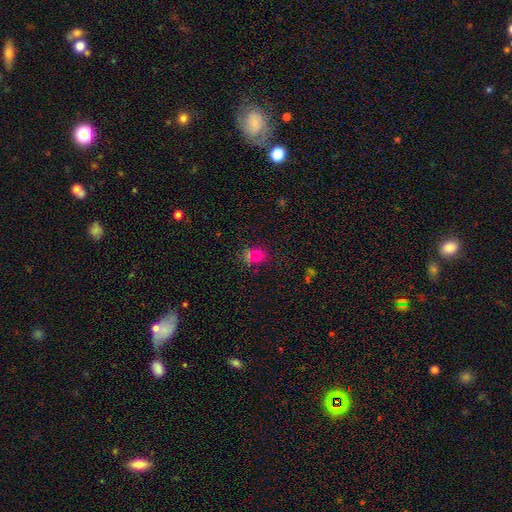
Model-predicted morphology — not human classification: A smooth galaxy with no disk features (69%) that is round (68%). Merging: none (64%).